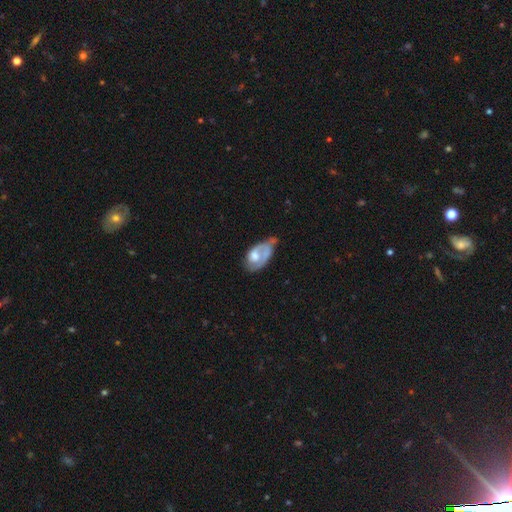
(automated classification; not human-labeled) A featured or disk galaxy (57%) with no bar (75%), spiral arms (63%) and a moderate central bulge (49%). Merging: minor disturbance (34%).